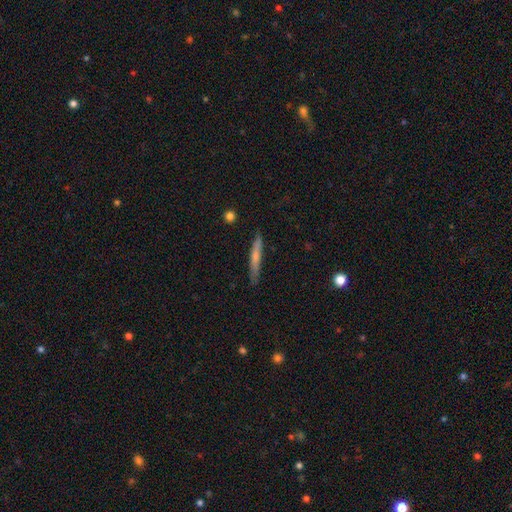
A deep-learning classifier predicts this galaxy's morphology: This is possibly a smooth galaxy (58%). How rounded: clearly cigar-shaped (94%). Merging: clearly none (83%).